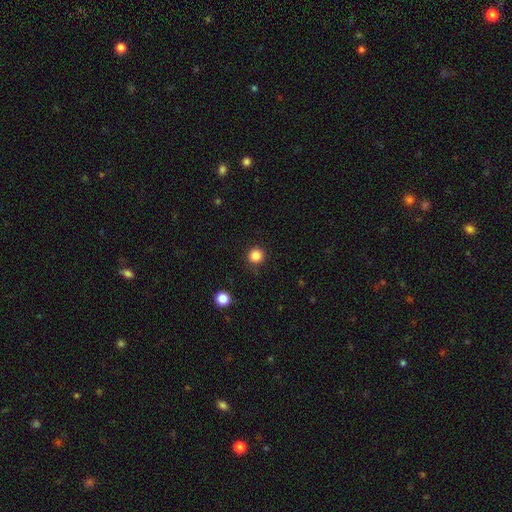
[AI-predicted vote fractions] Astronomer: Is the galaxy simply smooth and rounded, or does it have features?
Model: smooth — 85%.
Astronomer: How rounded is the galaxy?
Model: round — 95%.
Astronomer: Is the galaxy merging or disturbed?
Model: none — 90%.